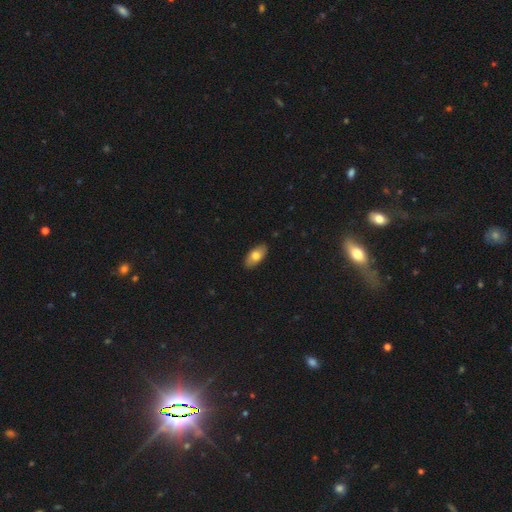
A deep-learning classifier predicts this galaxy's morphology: A smooth galaxy with no disk features (75%) that is in between round and cigar-shaped (91%). Merging: none (88%).